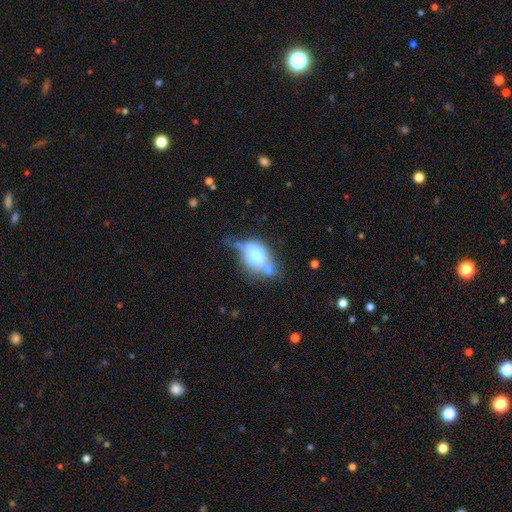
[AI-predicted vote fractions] Morphology: type=smooth (62%); roundness=in between (69%); merging=merger (36%).